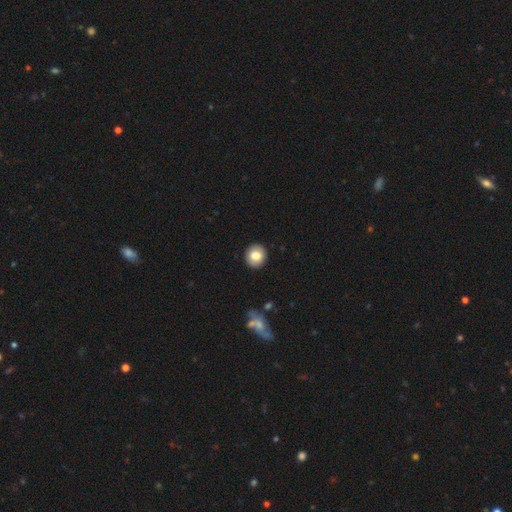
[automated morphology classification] smooth 81%, featured or disk 11%, star or artifact 8%. Down the decision tree: how rounded — round (88%); merging — none (92%).